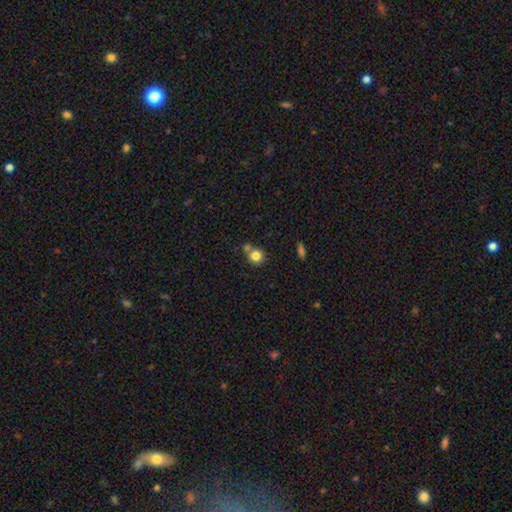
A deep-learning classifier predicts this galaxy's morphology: type=smooth (81%); roundness=round (86%); merging=none (55%).